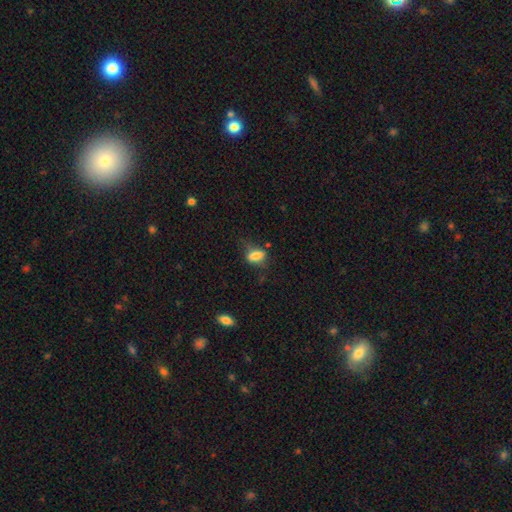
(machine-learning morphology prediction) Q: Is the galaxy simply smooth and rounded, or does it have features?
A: smooth — 76%.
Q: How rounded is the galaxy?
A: in between — 78%.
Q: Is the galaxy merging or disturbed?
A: none — 53%.